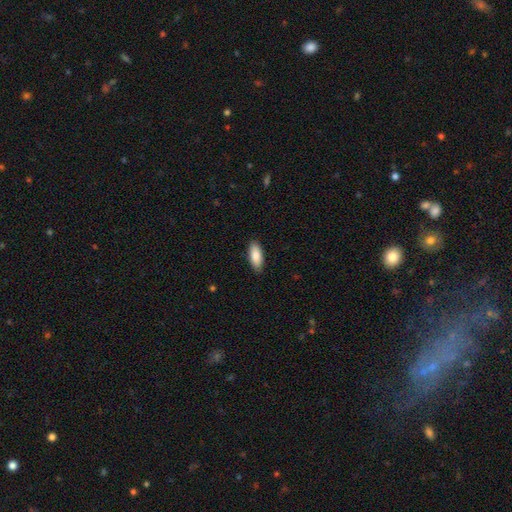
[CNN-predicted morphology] Smooth or featured? Predicted: smooth (p=0.86). How rounded? Predicted: in between (p=0.81). Merging? Predicted: none (p=0.88).